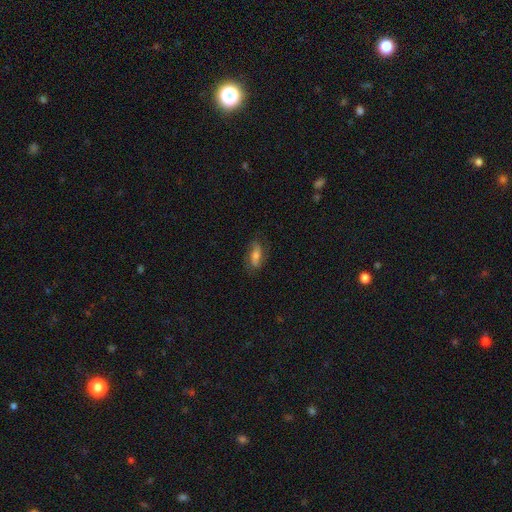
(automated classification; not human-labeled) Smooth or featured?
  - smooth: 50% *
  - featured or disk: 41%
  - star or artifact: 9%
How rounded?
  - in between: 76% *
  - cigar-shaped: 18%
  - round: 6%
Merging?
  - none: 72% *
  - minor disturbance: 19%
  - major disturbance: 8%
  - merger: 1%